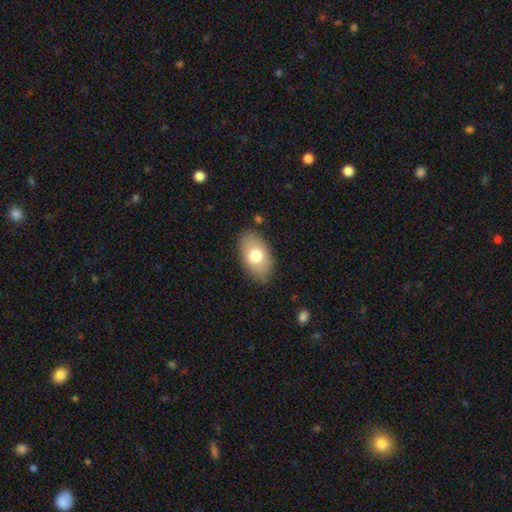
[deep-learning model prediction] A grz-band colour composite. It shows a smooth galaxy with no disk features (72%) that is in between round and cigar-shaped (92%). Merging: none (82%).